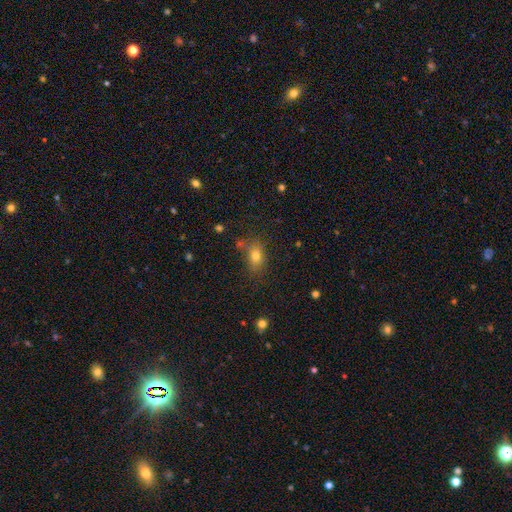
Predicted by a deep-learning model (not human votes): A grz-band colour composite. It shows a smooth galaxy with no disk features (76%) that is in between round and cigar-shaped (71%). Merging: none (70%).